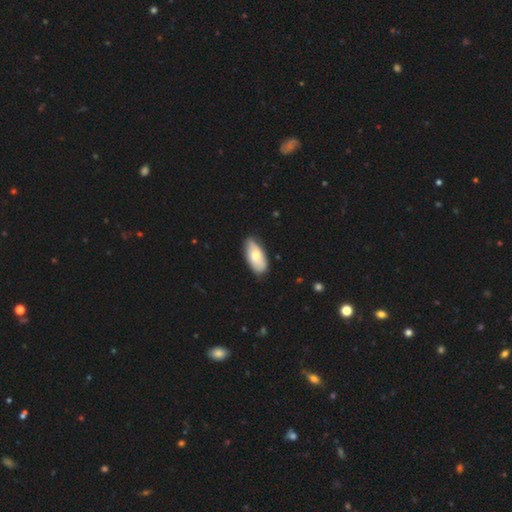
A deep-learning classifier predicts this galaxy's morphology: Smooth or featured? smooth (61%)
How rounded? in between (91%)
Merging? none (79%)